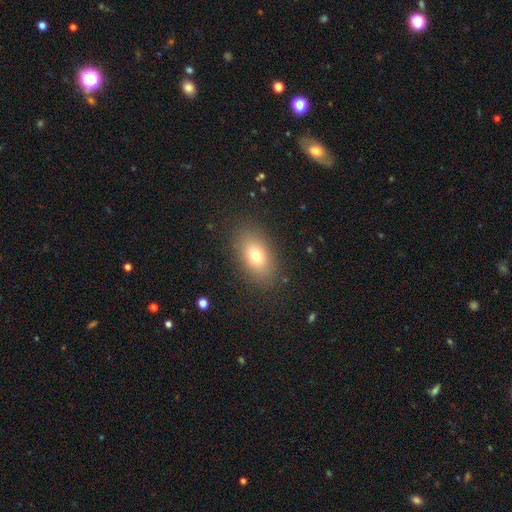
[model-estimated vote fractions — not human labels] Smooth or featured?
  - smooth: 74% *
  - featured or disk: 15%
  - star or artifact: 11%
How rounded?
  - in between: 86% *
  - round: 10%
  - cigar-shaped: 4%
Merging?
  - none: 86% *
  - minor disturbance: 9%
  - major disturbance: 4%
  - merger: 1%